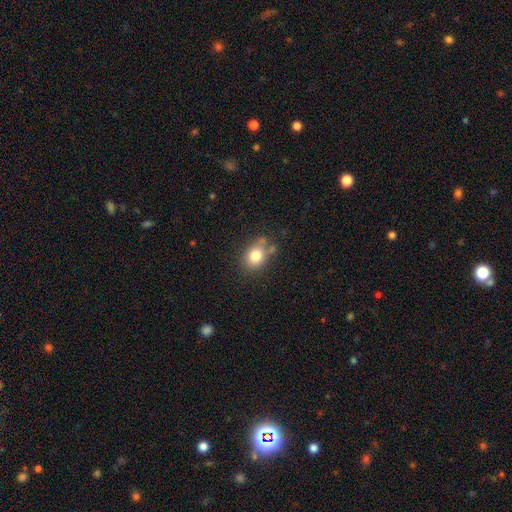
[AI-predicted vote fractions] A smooth galaxy with no disk features (79%) that is in between round and cigar-shaped (51%). Merging: none (61%).